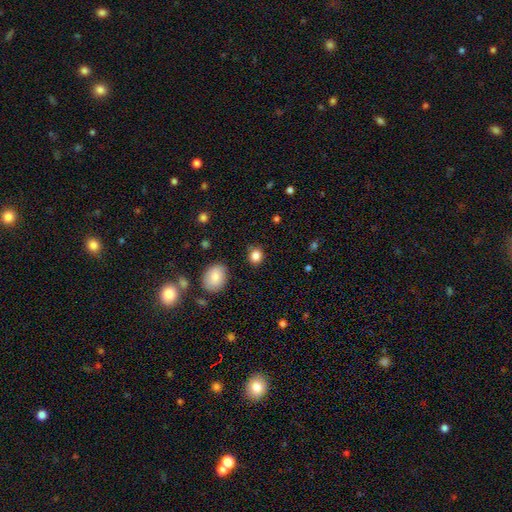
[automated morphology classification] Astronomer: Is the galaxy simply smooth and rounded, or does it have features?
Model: smooth — 85%.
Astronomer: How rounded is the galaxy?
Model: round — 73%.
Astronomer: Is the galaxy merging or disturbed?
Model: none — 85%.